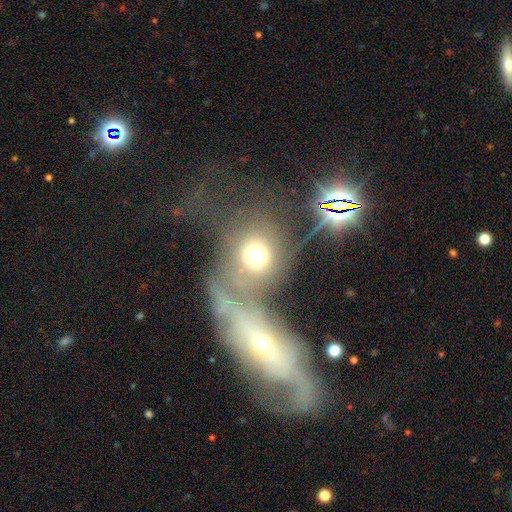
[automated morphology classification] Q: Smooth or featured?
A: smooth (56%); runner-up: featured or disk (27%)
Q: How rounded?
A: round (72%); runner-up: in between (26%)
Q: Merging?
A: merger (36%); runner-up: none (33%)